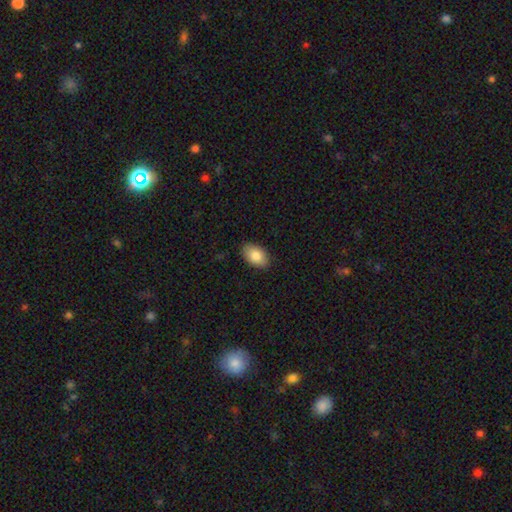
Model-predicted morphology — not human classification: A smooth galaxy with no disk features (85%) that is in between round and cigar-shaped (92%).

Vote fractions:
- Smooth or featured? smooth: 85% / featured or disk: 9% / star or artifact: 7%
- How rounded? in between: 92% / round: 6% / cigar-shaped: 1%
- Merging? none: 87% / minor disturbance: 10% / major disturbance: 2% / merger: 1%